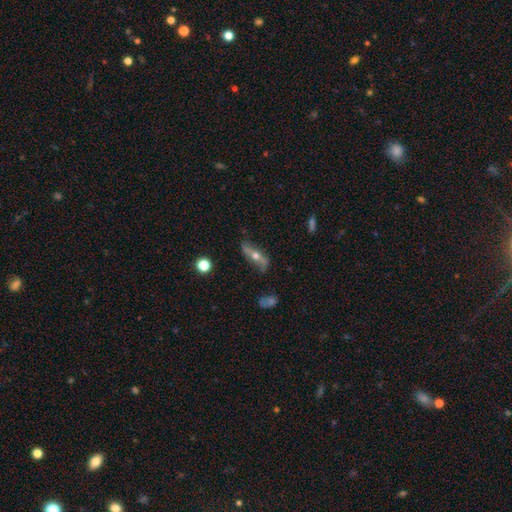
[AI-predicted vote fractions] Smooth or featured? Predicted: featured or disk (p=0.65). Edge-on disk? Predicted: yes (p=0.51). Merging? Predicted: none (p=0.73).